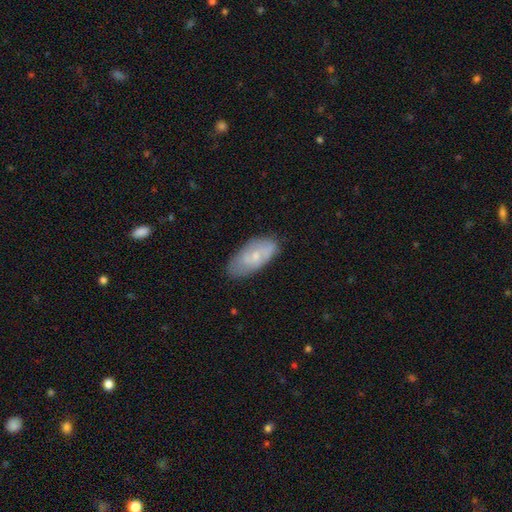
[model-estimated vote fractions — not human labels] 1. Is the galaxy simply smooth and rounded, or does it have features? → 53% smooth, 40% featured or disk, 7% star or artifact.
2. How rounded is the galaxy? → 89% in between, 8% cigar-shaped, 3% round.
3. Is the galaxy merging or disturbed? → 73% none, 21% minor disturbance, 4% major disturbance, 2% merger.